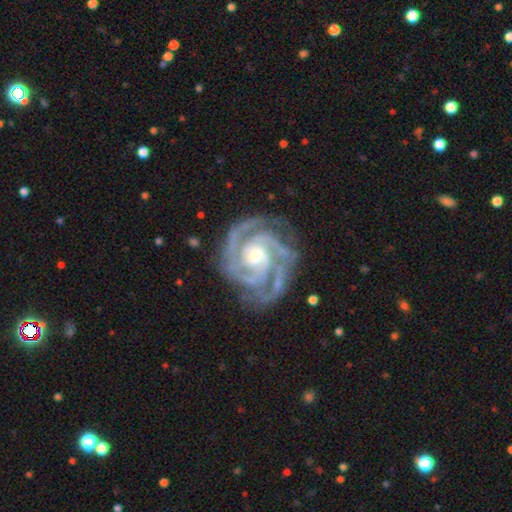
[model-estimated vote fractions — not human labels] The model was most divided on "bulge size": moderate: 55%, small: 39%, large: 4%, none: 1%, dominant: 1%. Remaining: spiral arms — yes (99%); edge-on disk — no (98%); smooth or featured — featured or disk (94%); merging — none (76%); spiral winding — tight (70%); bar — no (60%); spiral arm count — 3 (48%).